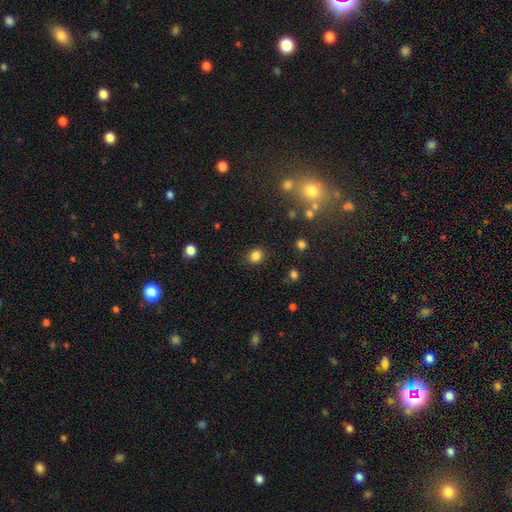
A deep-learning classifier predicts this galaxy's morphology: Q: Smooth or featured?
A: smooth (83%); runner-up: star or artifact (12%)
Q: How rounded?
A: round (71%); runner-up: in between (28%)
Q: Merging?
A: none (86%); runner-up: minor disturbance (9%)